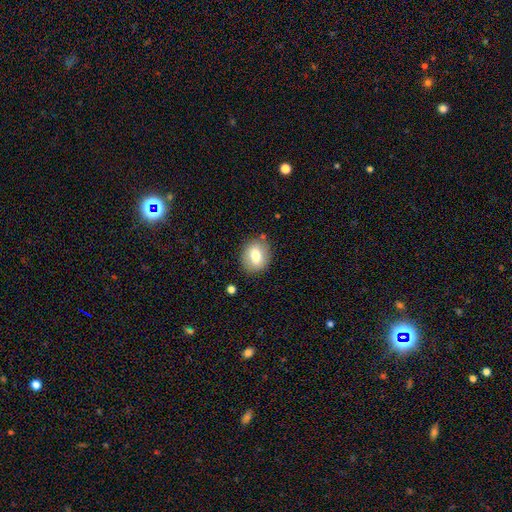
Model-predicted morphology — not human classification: Smooth or featured? smooth (74%)
How rounded? round (50%)
Merging? none (83%)